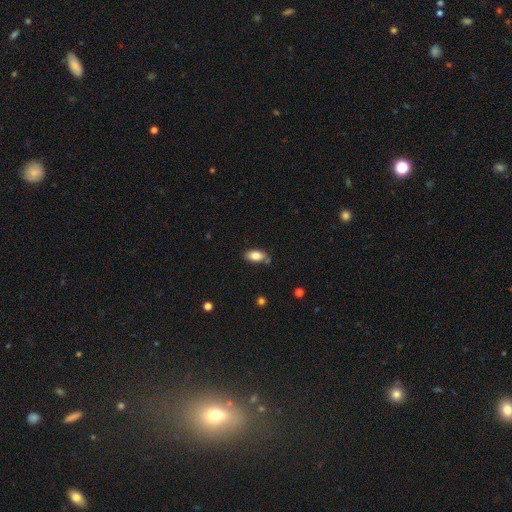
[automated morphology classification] The model was most divided on "merging": none: 73%, minor disturbance: 18%, merger: 6%, major disturbance: 4%. More confident: how rounded — in between (92%); smooth or featured — smooth (82%).